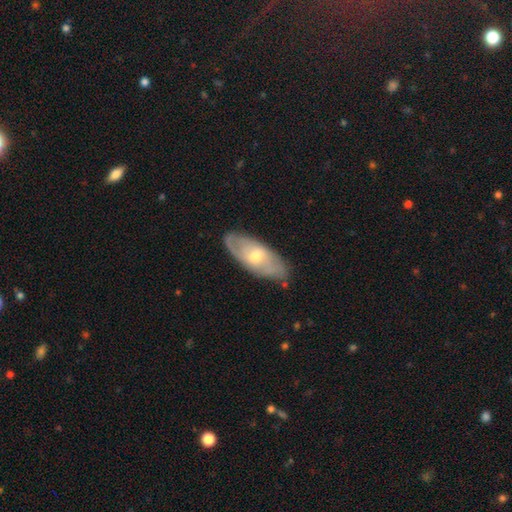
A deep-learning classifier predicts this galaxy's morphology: Smooth or featured?
  - featured or disk: 59% *
  - smooth: 35%
  - star or artifact: 6%
Edge-on disk?
  - no: 83% *
  - yes: 17%
Merging?
  - none: 79% *
  - minor disturbance: 17%
  - major disturbance: 3%
  - merger: 1%